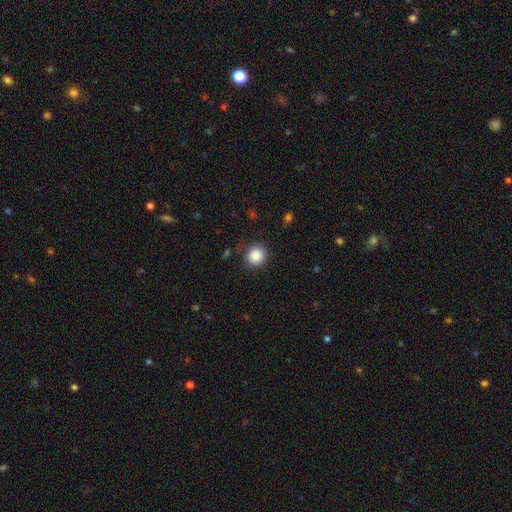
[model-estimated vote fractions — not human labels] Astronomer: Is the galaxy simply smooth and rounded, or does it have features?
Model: smooth — 87%.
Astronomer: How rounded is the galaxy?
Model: round — 89%.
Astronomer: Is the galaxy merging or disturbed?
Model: none — 85%.